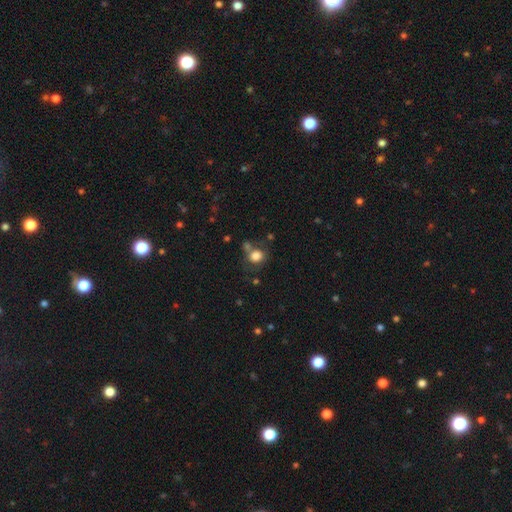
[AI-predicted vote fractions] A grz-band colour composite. It shows a smooth galaxy with no disk features (80%) that is round (68%). Merging: none (58%).